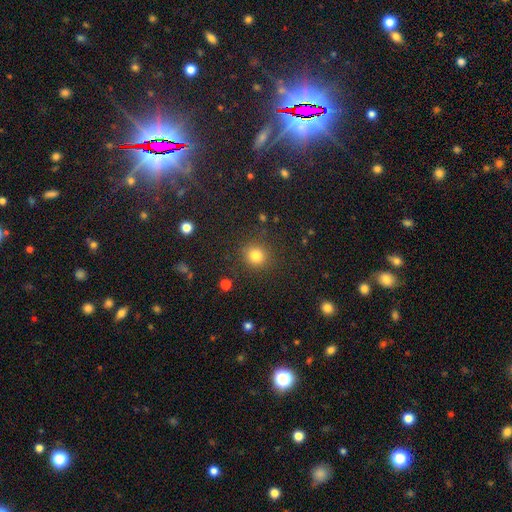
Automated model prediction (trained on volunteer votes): Q: Smooth or featured?
A: smooth (81%); runner-up: star or artifact (14%)
Q: How rounded?
A: round (88%); runner-up: in between (11%)
Q: Merging?
A: none (87%); runner-up: minor disturbance (8%)